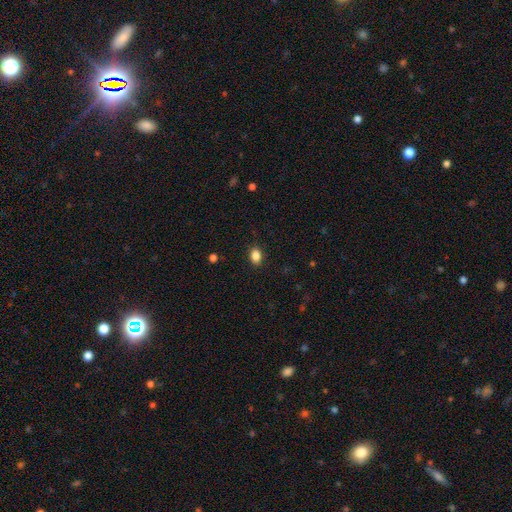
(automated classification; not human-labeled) Overall: smooth (86%). How rounded: in between (78%). Merging: none (88%).